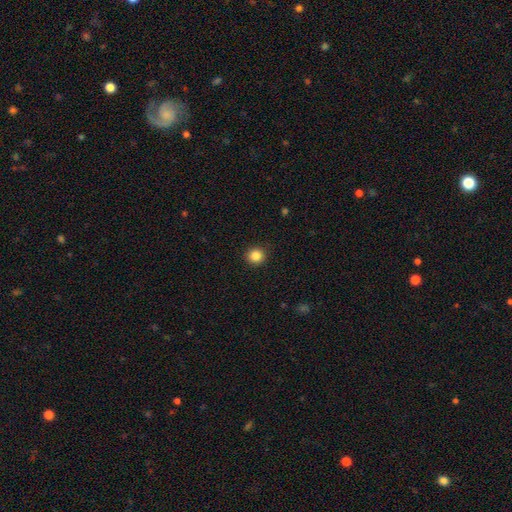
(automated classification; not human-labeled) This appears to be a smooth galaxy with no disk features (86%) that is round (91%). Merging: none (91%).